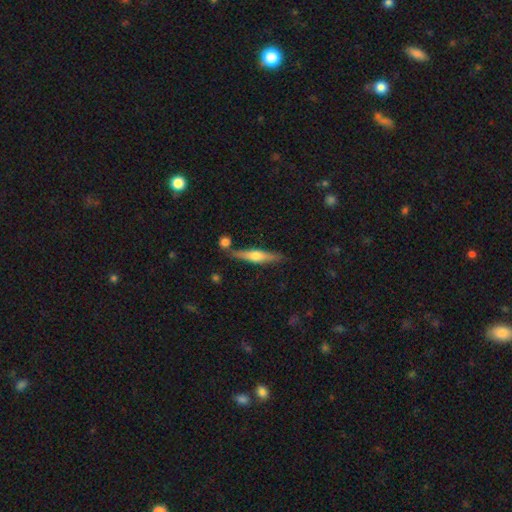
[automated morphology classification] A featured or disk galaxy (53%) viewed edge-on (95%) with a rounded central bulge (84%).

Vote fractions:
- Smooth or featured? featured or disk: 53% / smooth: 41% / star or artifact: 6%
- Edge-on disk? yes: 95% / no: 5%
- Edge-on bulge? rounded: 84% / boxy: 10% / none: 6%
- Merging? none: 78% / minor disturbance: 12% / merger: 7% / major disturbance: 3%